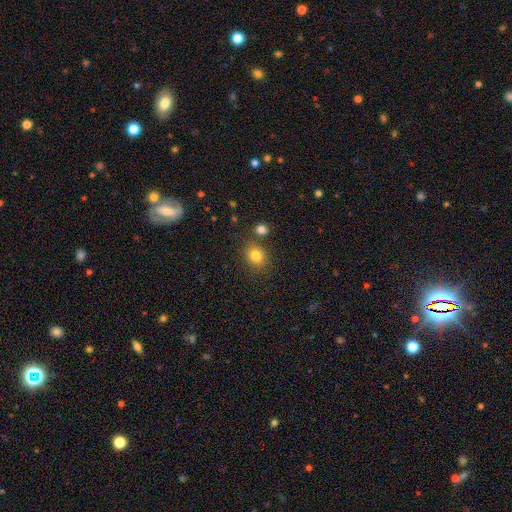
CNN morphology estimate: Q: Smooth or featured?
A: smooth (81%); runner-up: star or artifact (12%)
Q: How rounded?
A: round (63%); runner-up: in between (36%)
Q: Merging?
A: none (78%); runner-up: minor disturbance (10%)